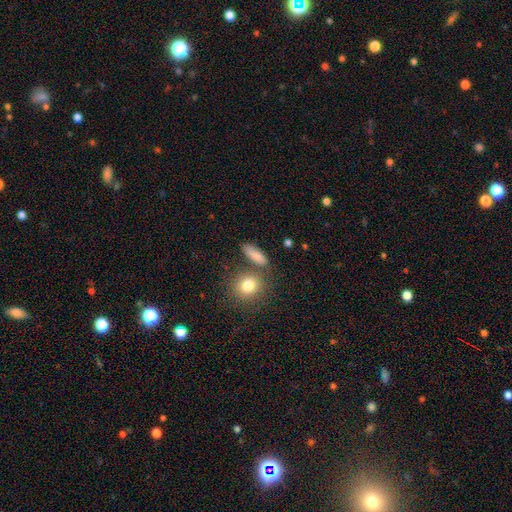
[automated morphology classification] A smooth galaxy with no disk features (81%) that is in between round and cigar-shaped (53%). Merging: none (70%).